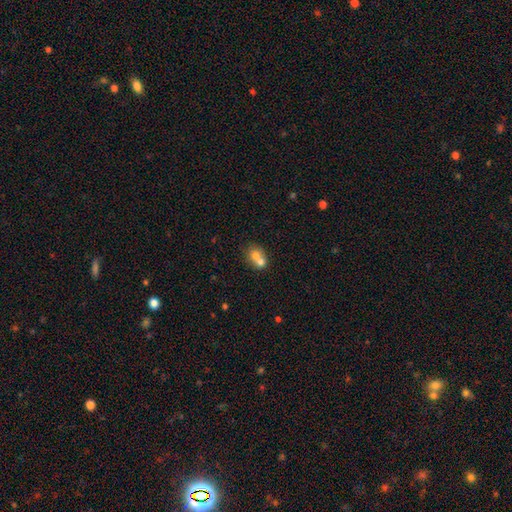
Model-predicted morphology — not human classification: Smooth or featured? smooth (69%)
How rounded? round (65%)
Merging? merger (65%)